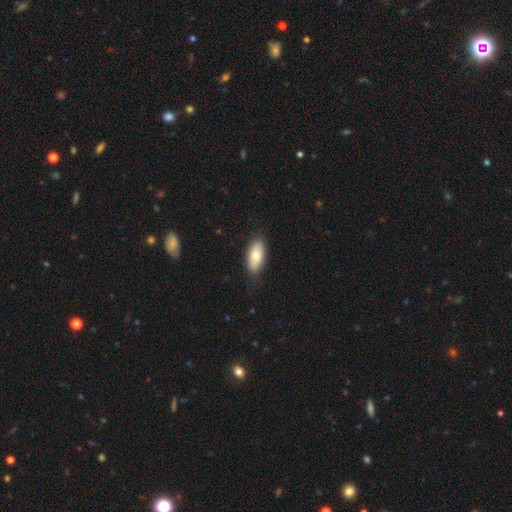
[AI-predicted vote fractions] A smooth galaxy with no disk features (78%) that is in between round and cigar-shaped (90%).

Vote fractions:
- Smooth or featured? smooth: 78% / featured or disk: 16% / star or artifact: 6%
- How rounded? in between: 90% / cigar-shaped: 7% / round: 3%
- Merging? none: 84% / minor disturbance: 13% / major disturbance: 2% / merger: 1%